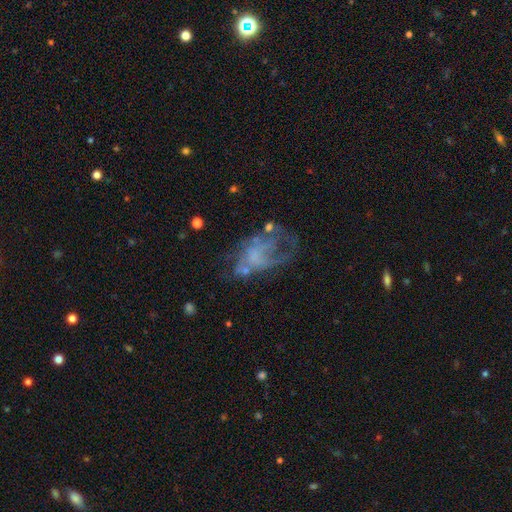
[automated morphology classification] featured or disk 63%, smooth 24%, star or artifact 12%. Down the decision tree: edge-on disk — no (97%); bar — no (81%); spiral arms — no (56%); bulge size — none (68%); merging — major disturbance (43%).